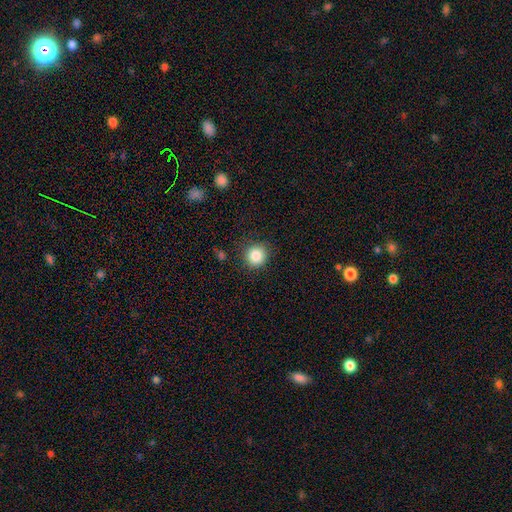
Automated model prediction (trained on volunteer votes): A smooth galaxy with no disk features (85%) that is round (91%). Merging: none (87%).